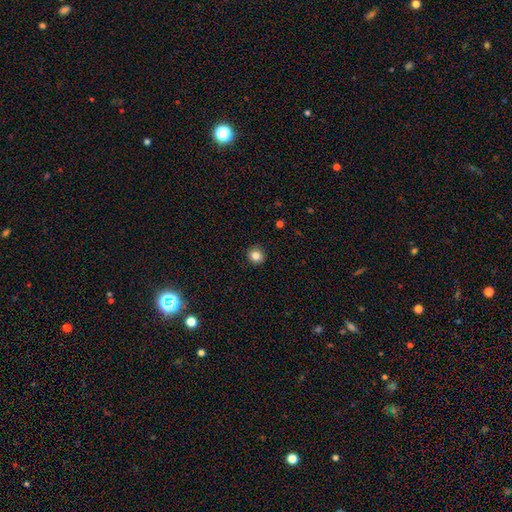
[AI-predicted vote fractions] smooth_or_featured: smooth (p=0.83) [alt: star or artifact p=0.11]
how_rounded: round (p=0.90) [alt: in between p=0.09]
merging: none (p=0.92) [alt: minor disturbance p=0.06]